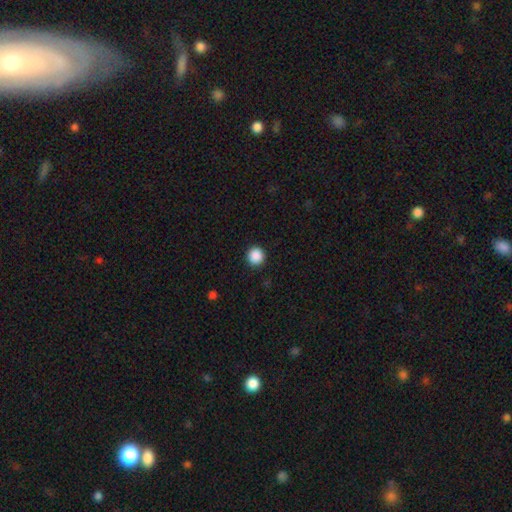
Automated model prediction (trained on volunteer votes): Smooth or featured? smooth (88%)
How rounded? round (94%)
Merging? none (92%)